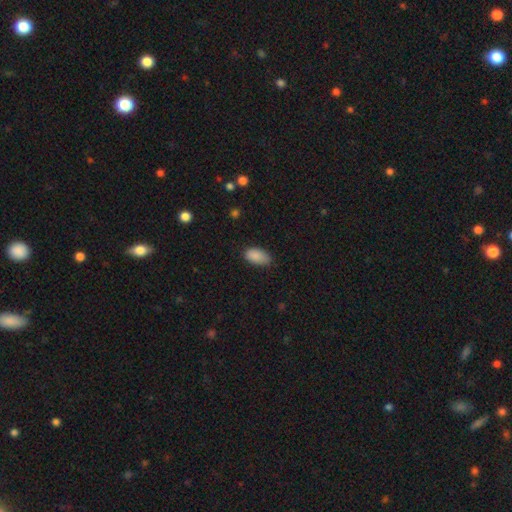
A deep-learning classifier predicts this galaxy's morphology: This appears to be a smooth galaxy with no disk features (89%) that is in between round and cigar-shaped (94%). Merging: none (74%).